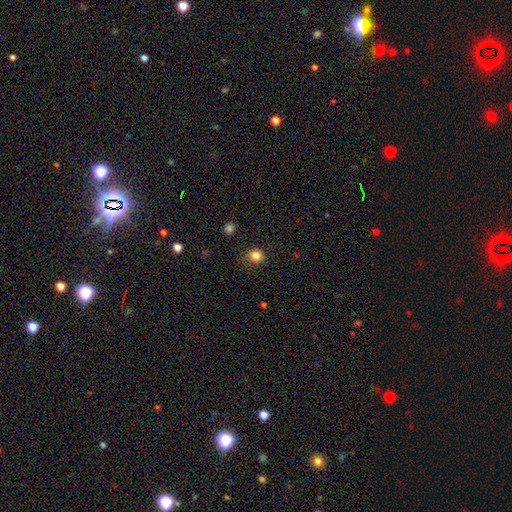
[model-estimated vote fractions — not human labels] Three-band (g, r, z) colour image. It shows a smooth galaxy with no disk features (83%) that is round (81%). Merging: none (76%).